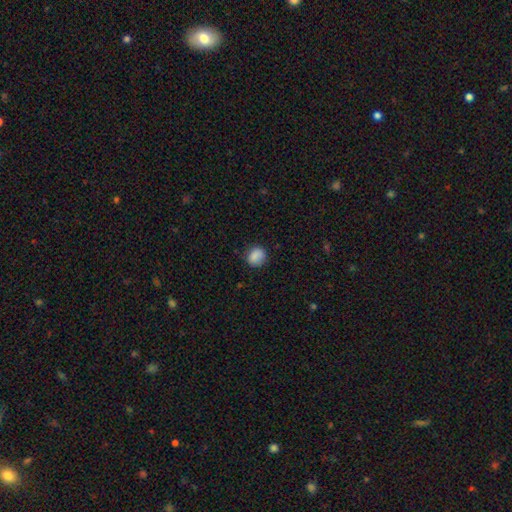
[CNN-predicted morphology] A smooth galaxy with no disk features (85%) that is round (71%). Merging: none (77%).